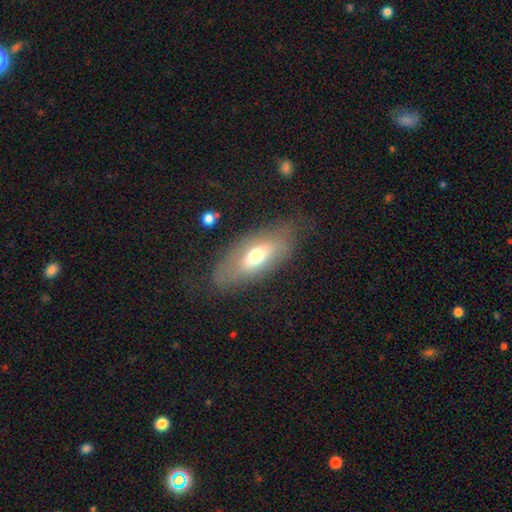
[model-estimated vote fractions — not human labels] smooth-or-featured: smooth: 59% | featured or disk: 33% | star or artifact: 8%
  how-rounded: in between: 84% | cigar-shaped: 12% | round: 4%
  merging: none: 67% | minor disturbance: 20% | major disturbance: 12% | merger: 2%